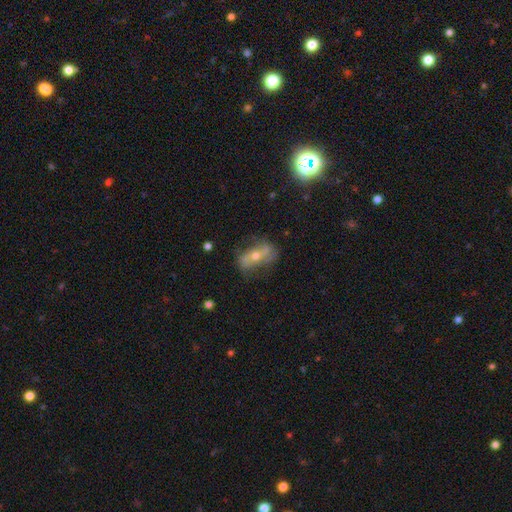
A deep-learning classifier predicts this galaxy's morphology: smooth-or-featured: featured or disk: 61% | smooth: 26% | star or artifact: 14%
  disk-edge-on: no: 80% | yes: 20%
  merging: none: 62% | minor disturbance: 22% | major disturbance: 12% | merger: 3%